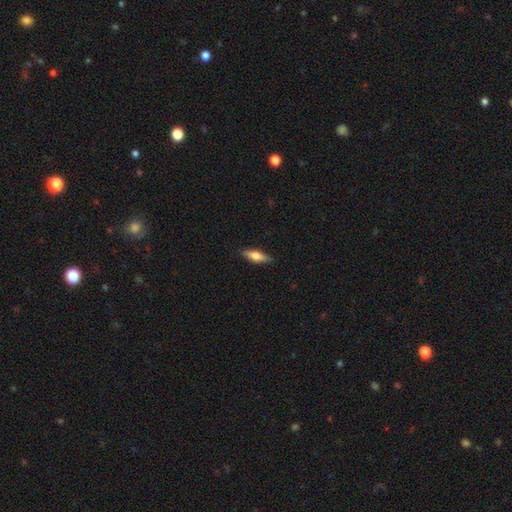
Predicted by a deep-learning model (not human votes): Overall: smooth (58%; featured or disk 35%). How rounded: in between (49%; cigar-shaped 48%). Merging: none (86%).